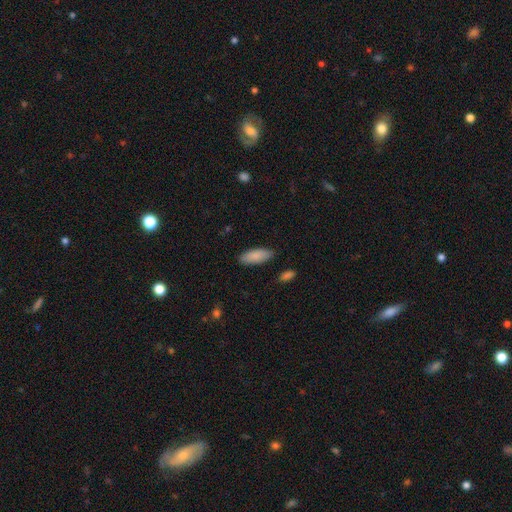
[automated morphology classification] Overall: smooth (87%). How rounded: in between (74%). Merging: none (86%).